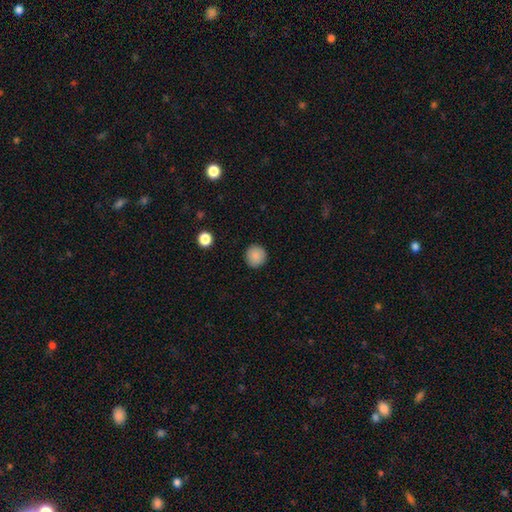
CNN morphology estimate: Smooth or featured: smooth — 87% (star or artifact — 8%)
How rounded: round — 94% (in between — 5%)
Merging: none — 91% (minor disturbance — 6%)